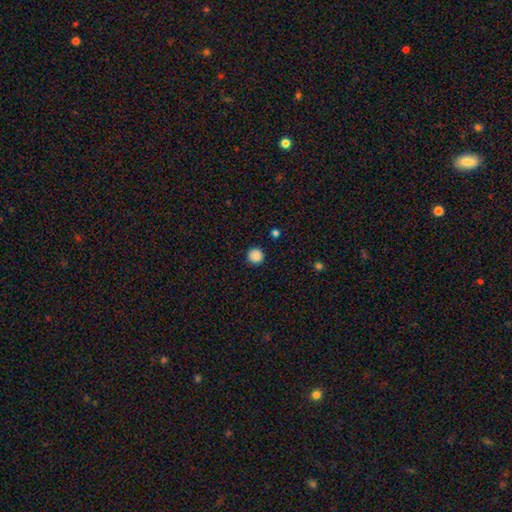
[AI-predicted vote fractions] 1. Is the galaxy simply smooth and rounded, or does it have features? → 87% smooth, 10% star or artifact, 3% featured or disk.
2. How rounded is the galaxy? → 95% round, 4% in between, 1% cigar-shaped.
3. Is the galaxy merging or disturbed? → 91% none, 6% minor disturbance, 2% major disturbance, 1% merger.